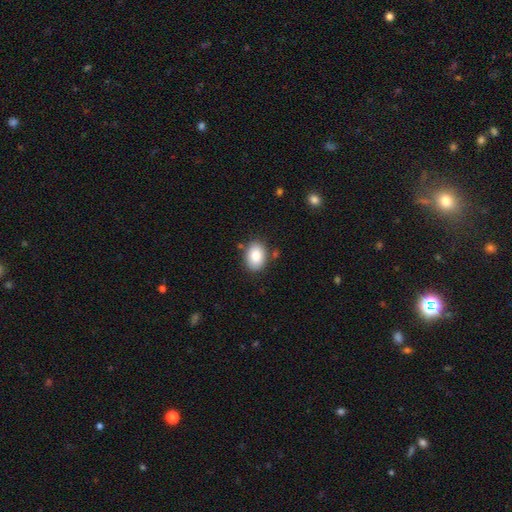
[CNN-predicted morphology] Q: Smooth or featured?
A: smooth (85%); runner-up: star or artifact (8%)
Q: How rounded?
A: in between (77%); runner-up: round (22%)
Q: Merging?
A: none (82%); runner-up: minor disturbance (12%)